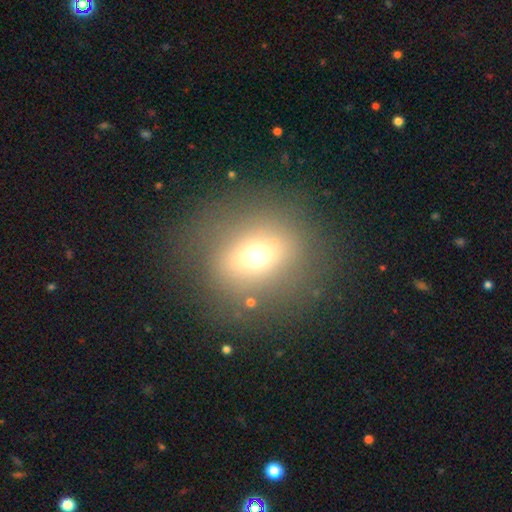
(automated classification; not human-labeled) This appears to be a smooth galaxy with no disk features (63%) that is round (78%). Merging: none (79%).